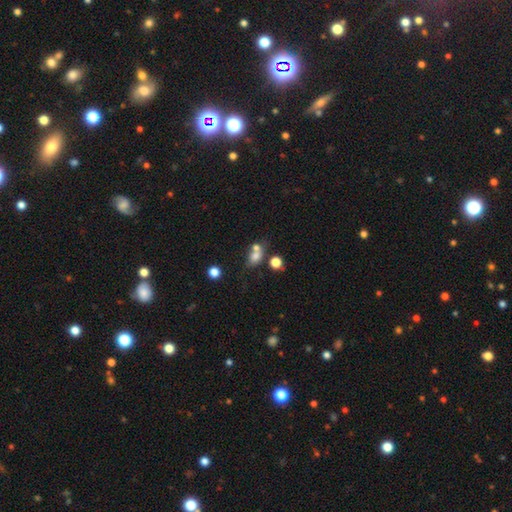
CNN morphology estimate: A smooth galaxy with no disk features (72%) that is in between round and cigar-shaped (56%). Merging: merger (47%).